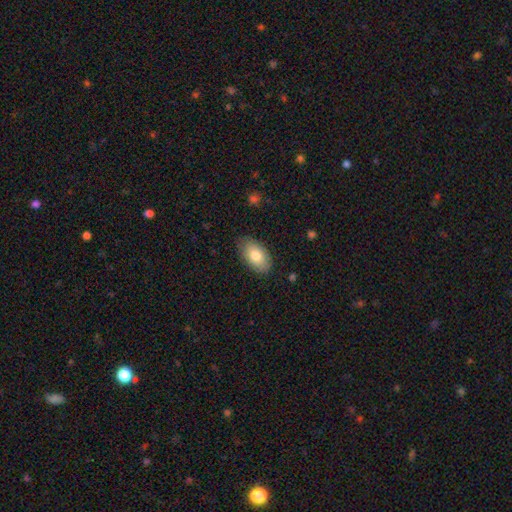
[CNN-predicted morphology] A smooth galaxy with no disk features (79%) that is in between round and cigar-shaped (93%). Merging: none (82%).